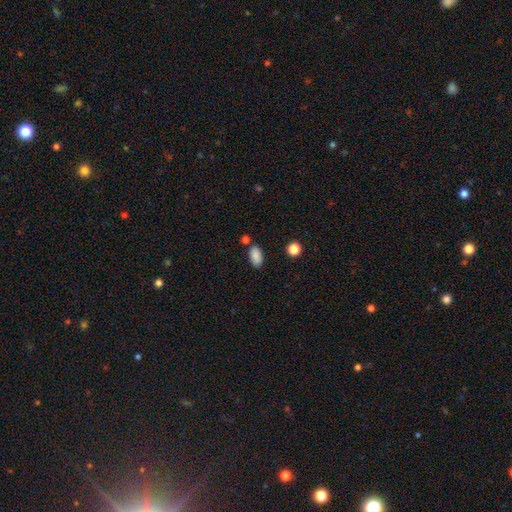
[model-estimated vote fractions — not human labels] This is clearly a smooth galaxy (87%). How rounded: clearly in between (92%). Merging: likely none (77%).